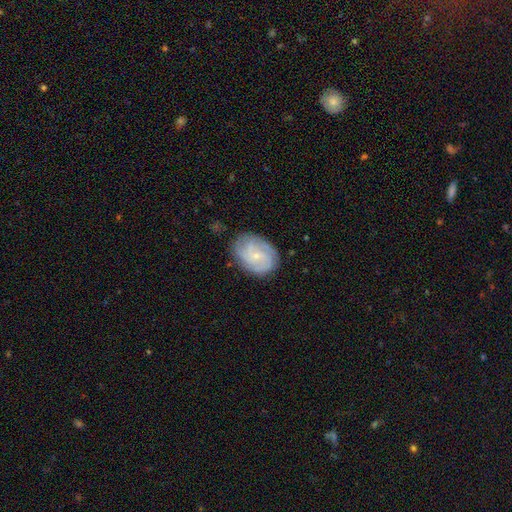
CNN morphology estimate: smooth_or_featured: featured or disk (p=0.70) [alt: smooth p=0.23]
disk_edge_on: no (p=0.97) [alt: yes p=0.03]
bar: no (p=0.67) [alt: weak p=0.29]
has_spiral_arms: yes (p=0.93) [alt: no p=0.07]
spiral_winding: tight (p=0.54) [alt: medium p=0.35]
spiral_arm_count: can't tell (p=0.29) [alt: 3 p=0.28]
bulge_size: small (p=0.77) [alt: moderate p=0.17]
merging: none (p=0.78) [alt: minor disturbance p=0.17]